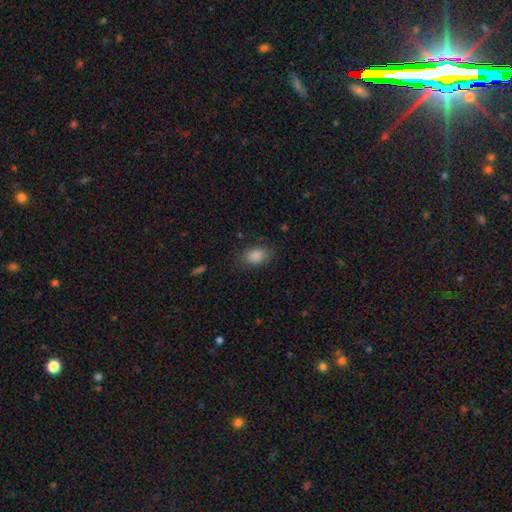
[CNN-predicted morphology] Smooth or featured?
  - smooth: 87% *
  - star or artifact: 9%
  - featured or disk: 4%
How rounded?
  - in between: 85% *
  - round: 13%
  - cigar-shaped: 2%
Merging?
  - none: 81% *
  - minor disturbance: 13%
  - major disturbance: 4%
  - merger: 1%